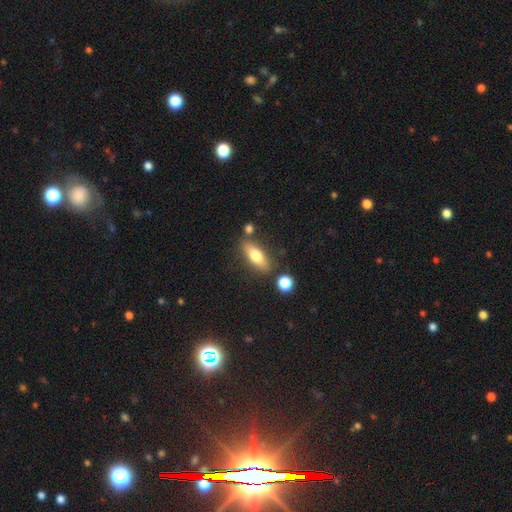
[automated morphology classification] Smooth or featured? Predicted: smooth (p=0.68). How rounded? Predicted: in between (p=0.65). Merging? Predicted: none (p=0.75).